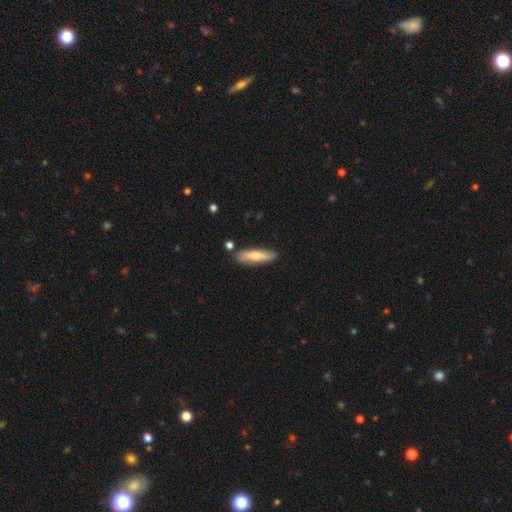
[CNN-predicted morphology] This appears to be a smooth galaxy with no disk features (63%) that is cigar-shaped (70%). Merging: none (77%).